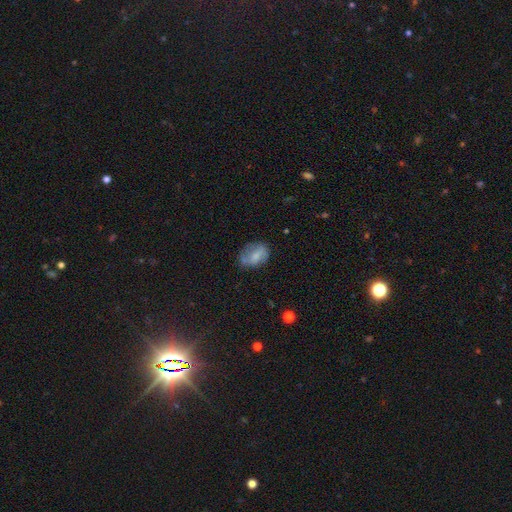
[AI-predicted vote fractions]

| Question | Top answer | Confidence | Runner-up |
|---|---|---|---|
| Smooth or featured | smooth | 56% | featured or disk (35%) |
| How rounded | in between | 75% | round (23%) |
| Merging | none | 59% | minor disturbance (27%) |